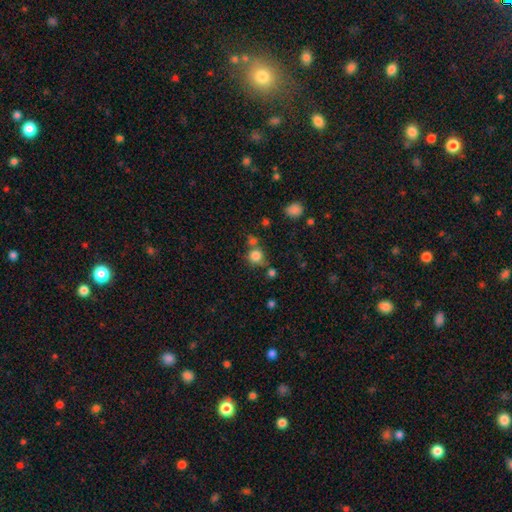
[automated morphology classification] type=smooth (81%); roundness=round (89%); merging=none (63%).